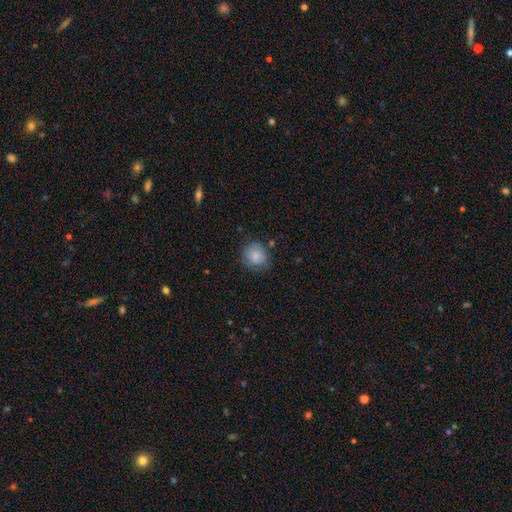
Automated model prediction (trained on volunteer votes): smooth-or-featured: smooth: 83% | featured or disk: 8% | star or artifact: 8%
  how-rounded: round: 82% | in between: 17% | cigar-shaped: 1%
  merging: none: 73% | minor disturbance: 20% | major disturbance: 5% | merger: 3%